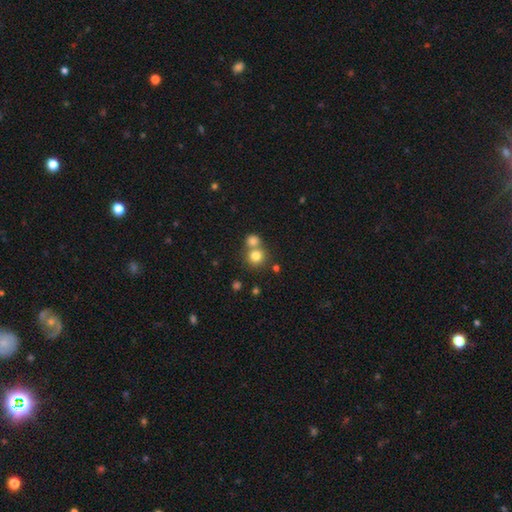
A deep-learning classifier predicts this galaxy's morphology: A smooth galaxy with no disk features (79%) that is round (90%).

Vote fractions:
- Smooth or featured? smooth: 79% / star or artifact: 12% / featured or disk: 9%
- How rounded? round: 90% / in between: 9% / cigar-shaped: 1%
- Merging? none: 52% / merger: 39% / minor disturbance: 6% / major disturbance: 3%